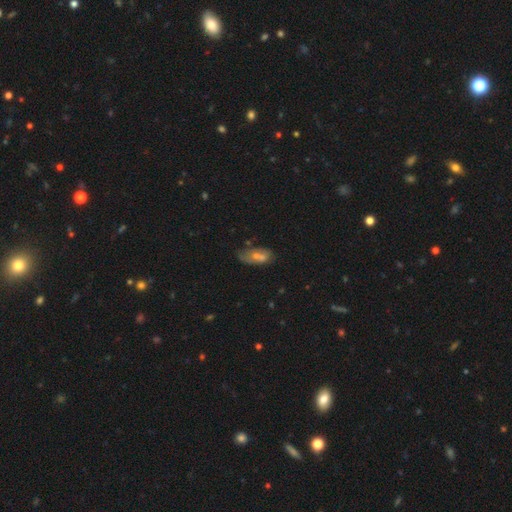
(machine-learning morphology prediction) smooth-or-featured: smooth: 47% | featured or disk: 36% | star or artifact: 16%
  merging: none: 55% | minor disturbance: 26% | major disturbance: 11% | merger: 7%